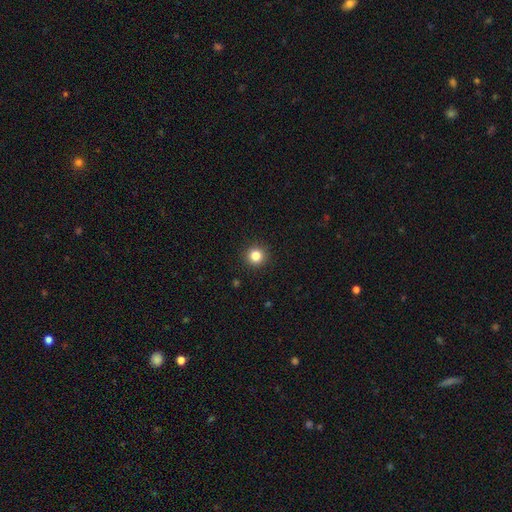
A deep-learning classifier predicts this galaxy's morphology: Q: Smooth or featured?
A: smooth (83%); runner-up: star or artifact (12%)
Q: How rounded?
A: round (95%); runner-up: in between (4%)
Q: Merging?
A: none (93%); runner-up: minor disturbance (5%)